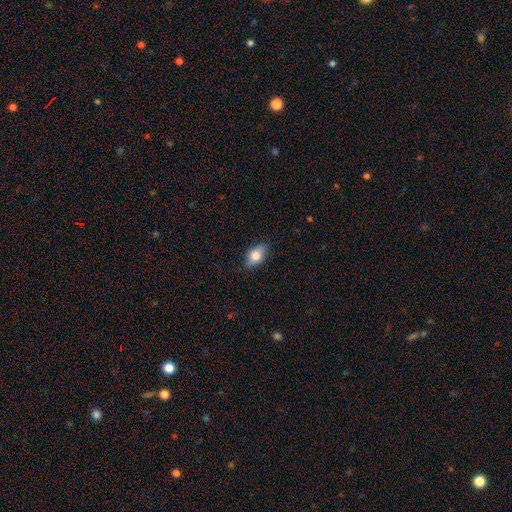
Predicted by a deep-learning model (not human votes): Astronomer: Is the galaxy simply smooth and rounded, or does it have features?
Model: smooth — 74%.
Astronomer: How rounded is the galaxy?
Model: in between — 85%.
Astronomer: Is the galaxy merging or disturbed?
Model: none — 83%.